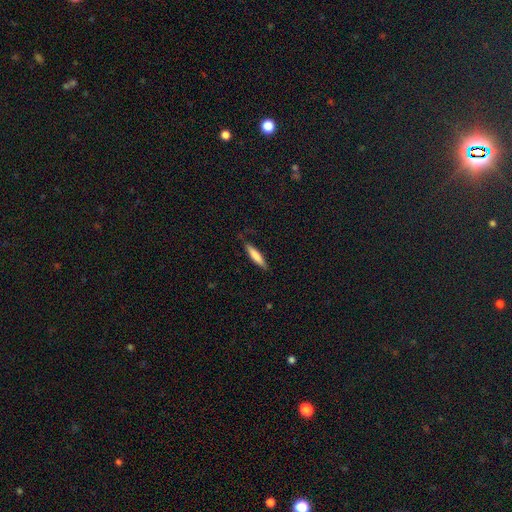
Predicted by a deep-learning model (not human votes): The model was most divided on "smooth or featured": smooth: 74%, featured or disk: 20%, star or artifact: 5%. More confident: how rounded — cigar-shaped (85%); merging — none (80%).